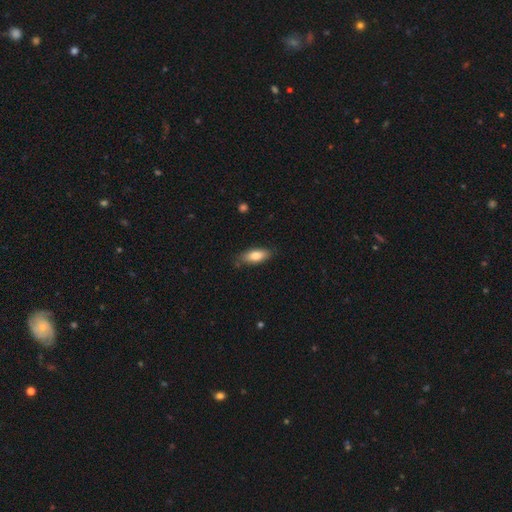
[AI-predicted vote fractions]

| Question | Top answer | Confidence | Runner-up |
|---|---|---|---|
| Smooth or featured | smooth | 79% | featured or disk (14%) |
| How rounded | in between | 79% | cigar-shaped (18%) |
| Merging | none | 81% | minor disturbance (15%) |